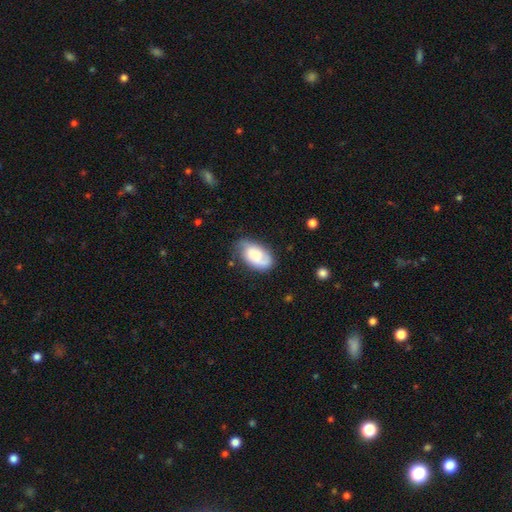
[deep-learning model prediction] Overall: smooth (54%; featured or disk 39%). How rounded: in between (92%). Merging: none (60%; minor disturbance 28%).